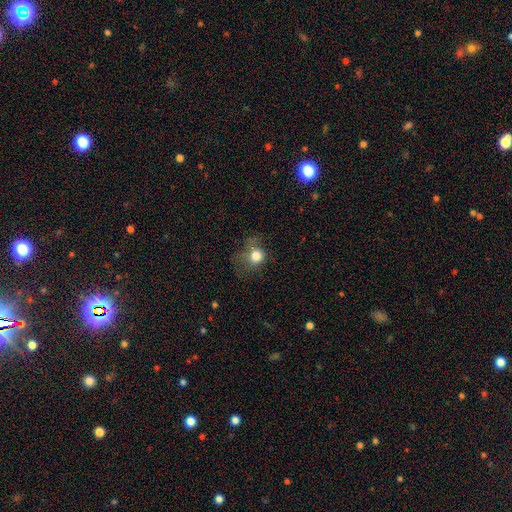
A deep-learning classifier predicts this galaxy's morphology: The model was most divided on "merging": none: 42%, major disturbance: 28%, minor disturbance: 28%, merger: 3%. More confident: smooth or featured — smooth (76%); how rounded — round (70%).